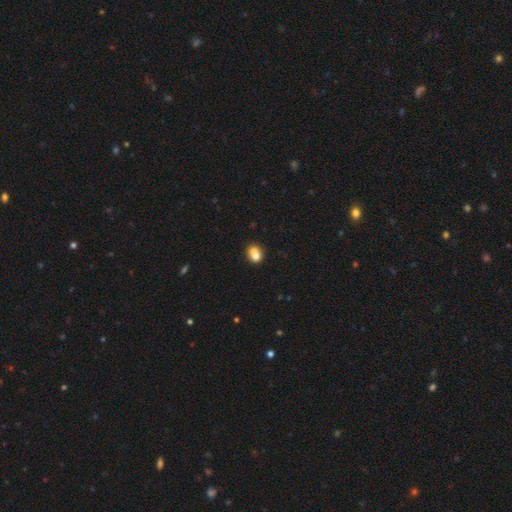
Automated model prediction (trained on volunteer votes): Morphology: type=smooth (73%); roundness=round (62%); merging=merger (48%).